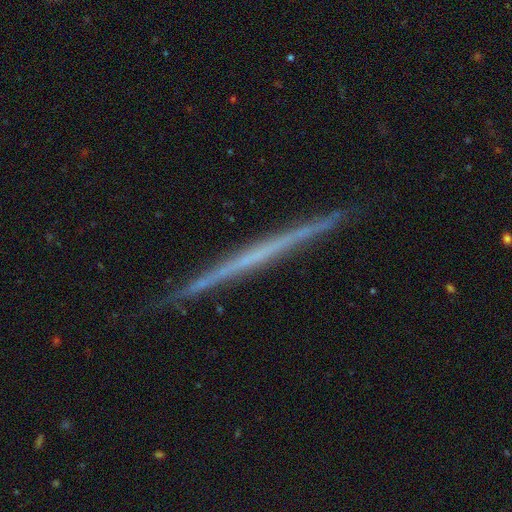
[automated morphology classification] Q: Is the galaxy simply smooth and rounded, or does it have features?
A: featured or disk — 66%.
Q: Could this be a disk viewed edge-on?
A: yes — 98%.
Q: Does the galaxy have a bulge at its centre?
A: none — 92%.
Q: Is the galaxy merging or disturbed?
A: none — 91%.